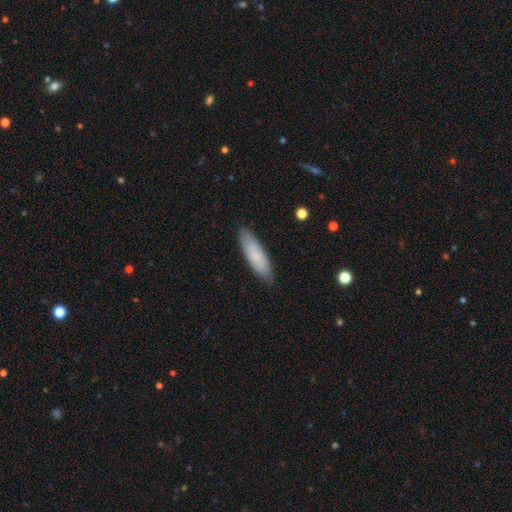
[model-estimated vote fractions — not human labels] The model was most divided on "how rounded": cigar-shaped: 61%, in between: 38%, round: 1%. More confident: merging — none (86%); smooth or featured — smooth (78%).